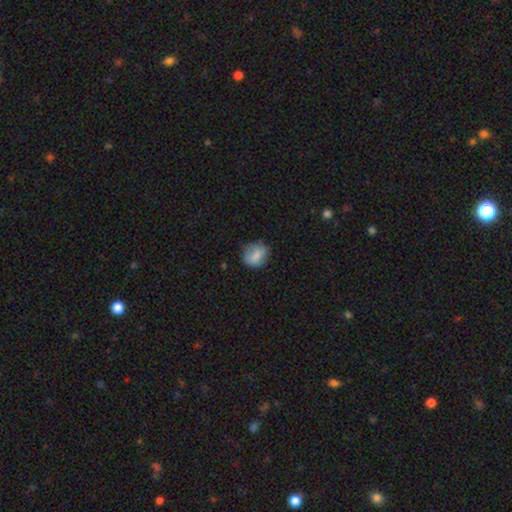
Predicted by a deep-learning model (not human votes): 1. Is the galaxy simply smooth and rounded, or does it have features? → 79% smooth, 12% featured or disk, 9% star or artifact.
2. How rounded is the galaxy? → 66% round, 33% in between, 1% cigar-shaped.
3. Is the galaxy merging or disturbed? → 68% none, 24% minor disturbance, 7% major disturbance, 1% merger.